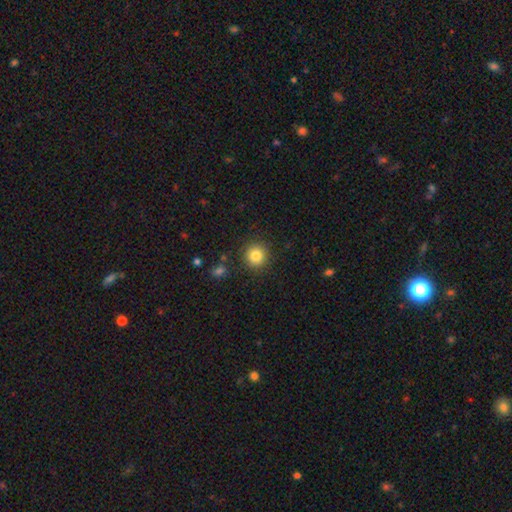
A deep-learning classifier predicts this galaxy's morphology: A smooth galaxy with no disk features (83%) that is round (93%).

Vote fractions:
- Smooth or featured? smooth: 83% / star or artifact: 11% / featured or disk: 6%
- How rounded? round: 93% / in between: 6% / cigar-shaped: 1%
- Merging? none: 89% / minor disturbance: 7% / major disturbance: 2% / merger: 2%